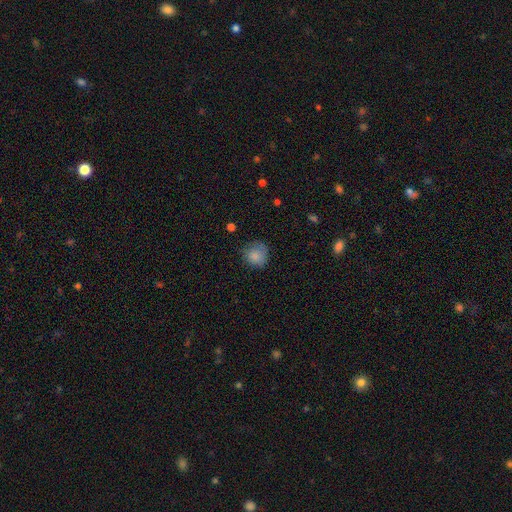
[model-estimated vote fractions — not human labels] smooth 83%, star or artifact 10%, featured or disk 8%. Down the decision tree: how rounded — round (85%); merging — none (66%).